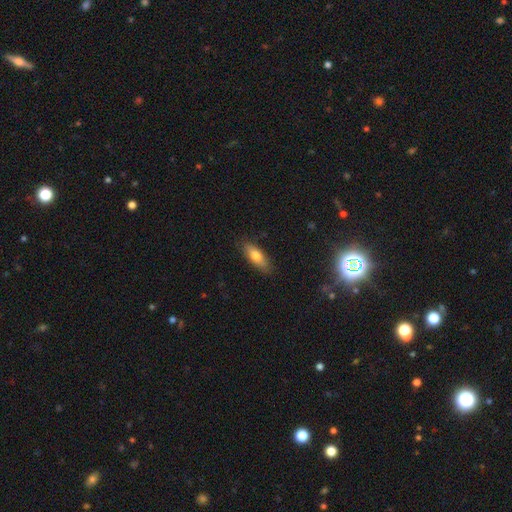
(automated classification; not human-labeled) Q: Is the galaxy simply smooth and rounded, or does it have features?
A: smooth — 75%.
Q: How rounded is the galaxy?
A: in between — 65%.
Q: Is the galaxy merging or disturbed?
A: none — 83%.